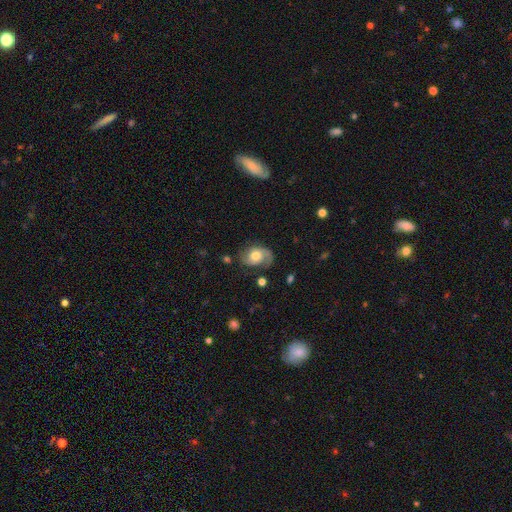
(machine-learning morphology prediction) A featured or disk galaxy (59%) with no bar (74%), spiral arms (87%) and a moderate central bulge (60%). Merging: none (63%).